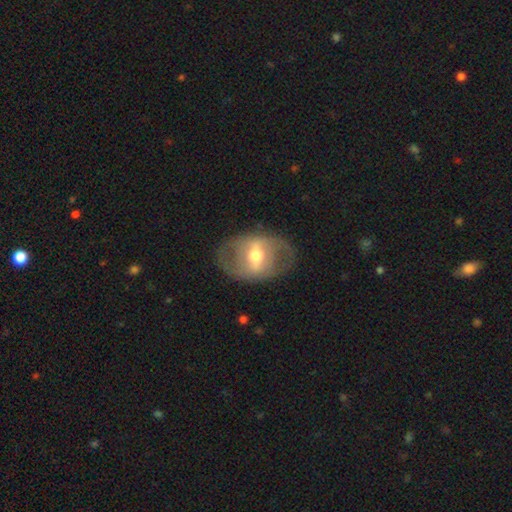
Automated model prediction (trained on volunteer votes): A featured or disk galaxy (70%) with a strong bar (48%), spiral arms (51%) and a moderate central bulge (68%). Merging: none (75%).